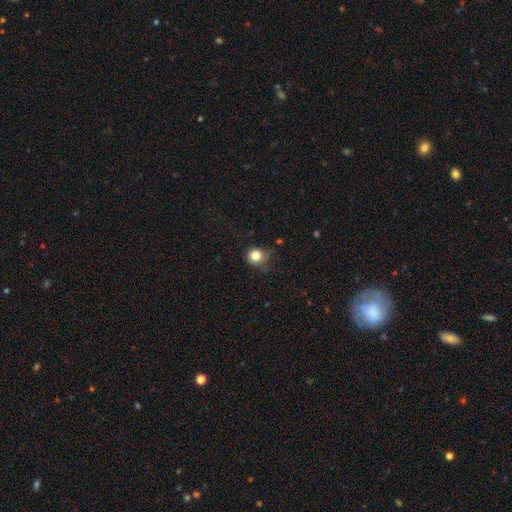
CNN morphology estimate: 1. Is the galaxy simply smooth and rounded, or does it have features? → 82% smooth, 12% star or artifact, 6% featured or disk.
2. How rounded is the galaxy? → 89% round, 10% in between, 1% cigar-shaped.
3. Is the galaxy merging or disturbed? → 73% none, 21% minor disturbance, 5% major disturbance, 2% merger.